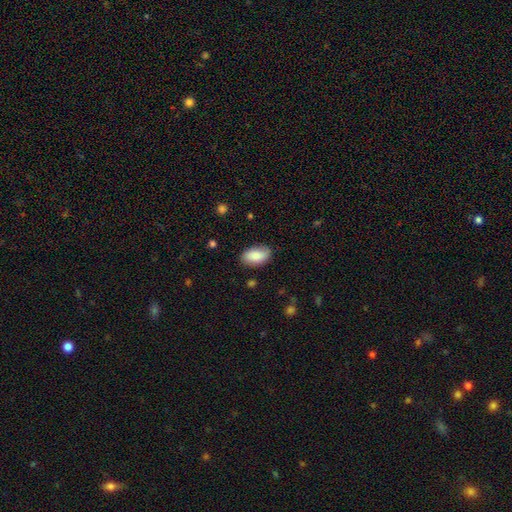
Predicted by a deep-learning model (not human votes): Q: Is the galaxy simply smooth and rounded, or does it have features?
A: smooth — 84%.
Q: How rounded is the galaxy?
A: in between — 93%.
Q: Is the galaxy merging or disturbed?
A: none — 82%.